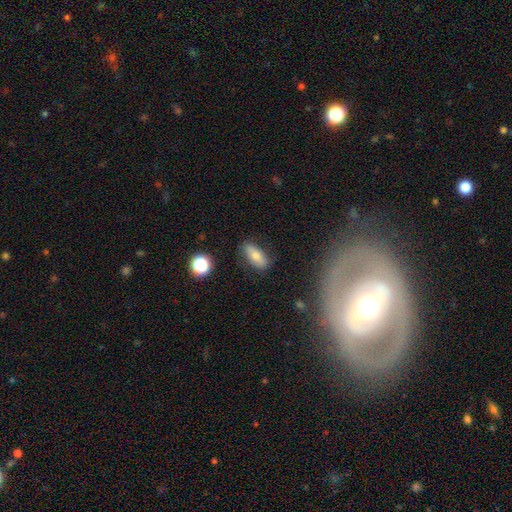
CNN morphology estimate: smooth 72%, featured or disk 19%, star or artifact 9%. Down the decision tree: how rounded — in between (76%); merging — none (79%).